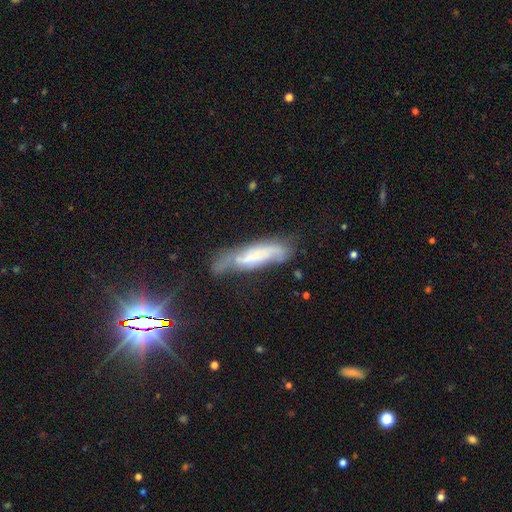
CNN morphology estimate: Q: Smooth or featured?
A: featured or disk (54%); runner-up: smooth (36%)
Q: Edge-on disk?
A: no (60%); runner-up: yes (40%)
Q: Merging?
A: none (47%); runner-up: minor disturbance (30%)